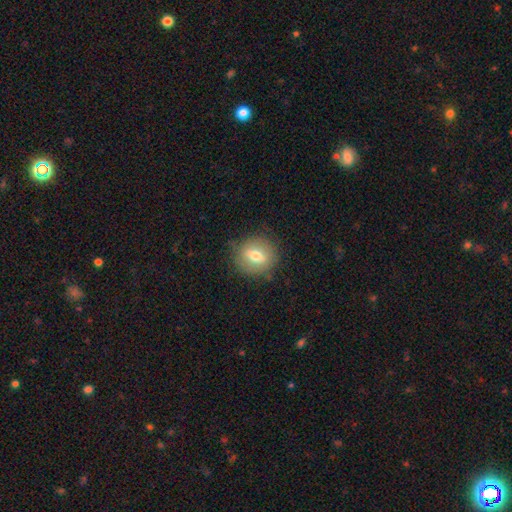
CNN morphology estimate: Q: Smooth or featured?
A: smooth (63%); runner-up: featured or disk (27%)
Q: How rounded?
A: round (76%); runner-up: in between (22%)
Q: Merging?
A: none (82%); runner-up: minor disturbance (13%)